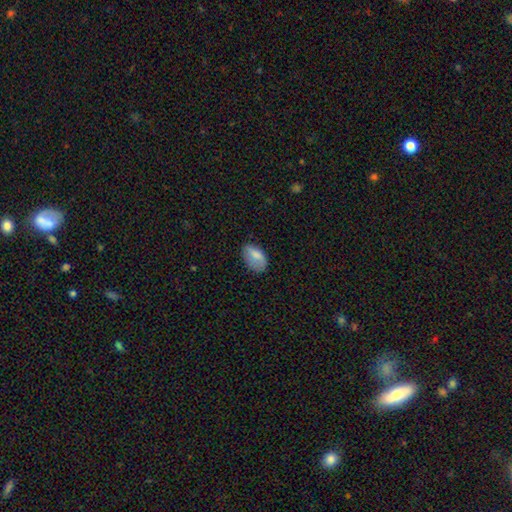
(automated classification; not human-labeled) Smooth or featured? smooth (78%)
How rounded? in between (92%)
Merging? none (62%)